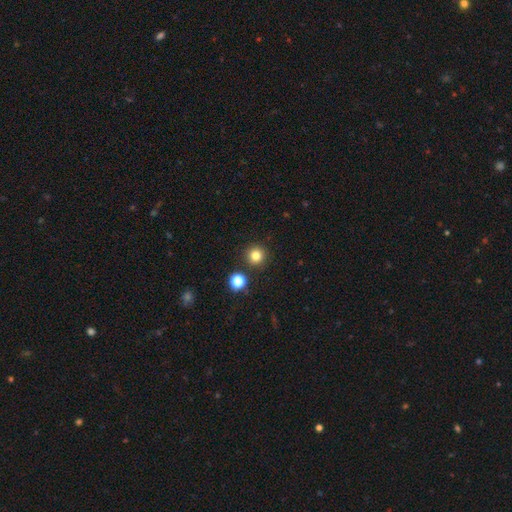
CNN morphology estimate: Smooth or featured?
  - smooth: 81% *
  - star or artifact: 14%
  - featured or disk: 5%
How rounded?
  - round: 95% *
  - in between: 4%
  - cigar-shaped: 1%
Merging?
  - none: 90% *
  - minor disturbance: 5%
  - merger: 3%
  - major disturbance: 2%